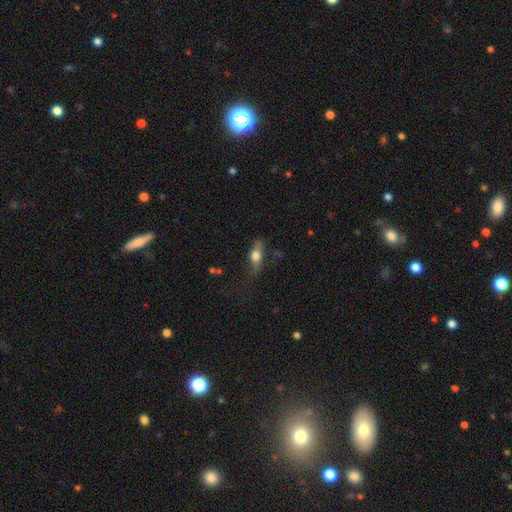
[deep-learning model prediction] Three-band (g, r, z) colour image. It shows a smooth galaxy with no disk features (61%) that is in between round and cigar-shaped (64%). Merging: none (59%).